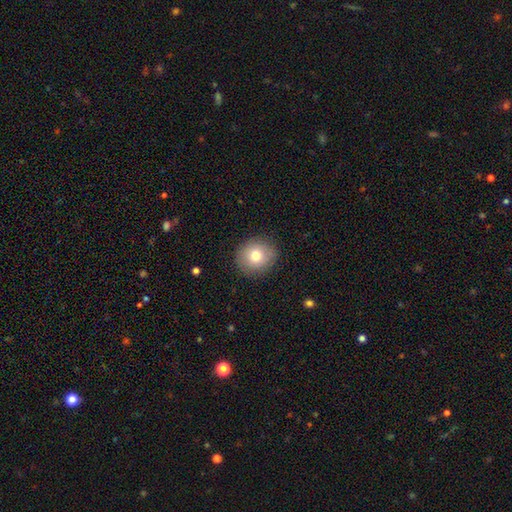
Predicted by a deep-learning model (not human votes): The model was most divided on "smooth or featured": smooth: 77%, featured or disk: 13%, star or artifact: 10%. More confident: merging — none (88%); how rounded — round (87%).